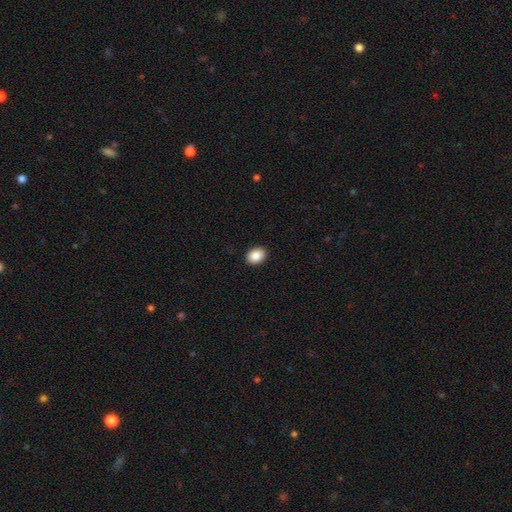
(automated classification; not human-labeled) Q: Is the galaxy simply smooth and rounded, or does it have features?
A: smooth — 88%.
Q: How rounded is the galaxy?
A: in between — 71%.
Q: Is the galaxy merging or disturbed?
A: none — 91%.